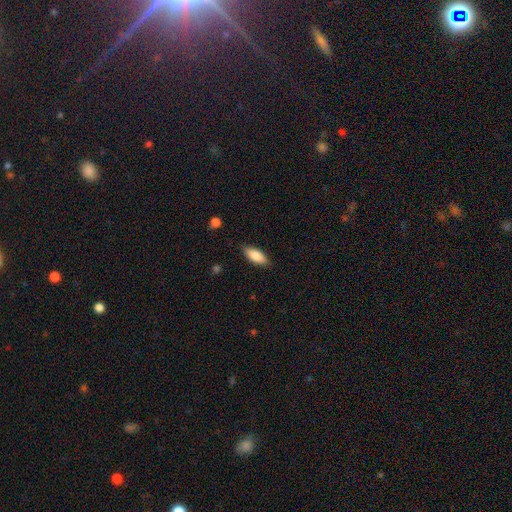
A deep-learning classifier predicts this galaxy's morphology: Smooth or featured?
  - smooth: 84% *
  - featured or disk: 10%
  - star or artifact: 6%
How rounded?
  - in between: 78% *
  - cigar-shaped: 20%
  - round: 2%
Merging?
  - none: 84% *
  - minor disturbance: 12%
  - major disturbance: 2%
  - merger: 1%